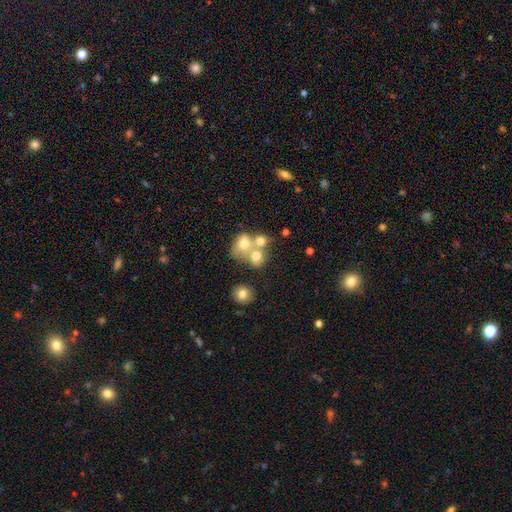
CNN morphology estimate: smooth 65%, featured or disk 21%, star or artifact 14%. Down the decision tree: how rounded — round (65%); merging — merger (56%).